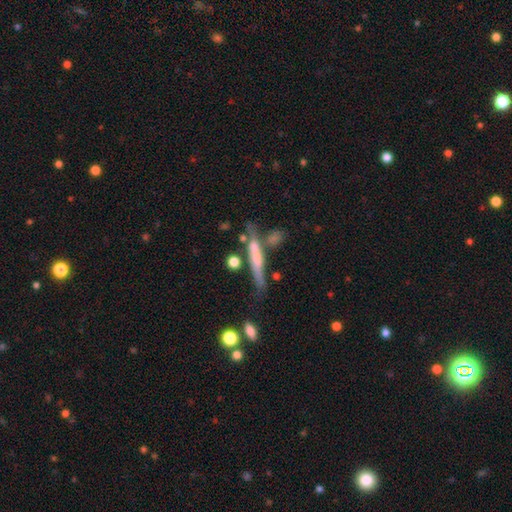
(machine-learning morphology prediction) Smooth or featured? smooth (48%)
Merging? none (57%)